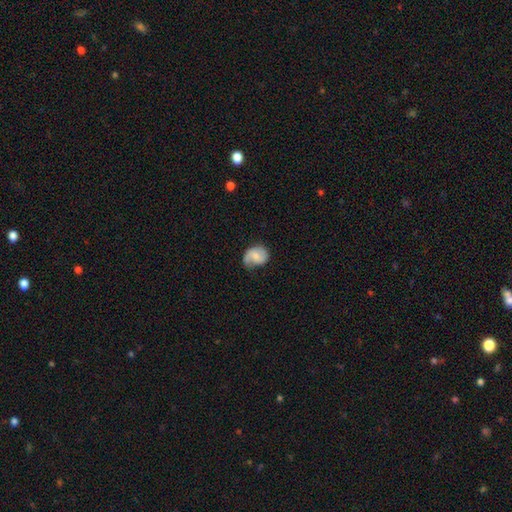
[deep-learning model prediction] smooth-or-featured: featured or disk: 51% | smooth: 42% | star or artifact: 7%
  disk-edge-on: no: 98% | yes: 2%
  merging: none: 58% | minor disturbance: 30% | major disturbance: 11% | merger: 1%